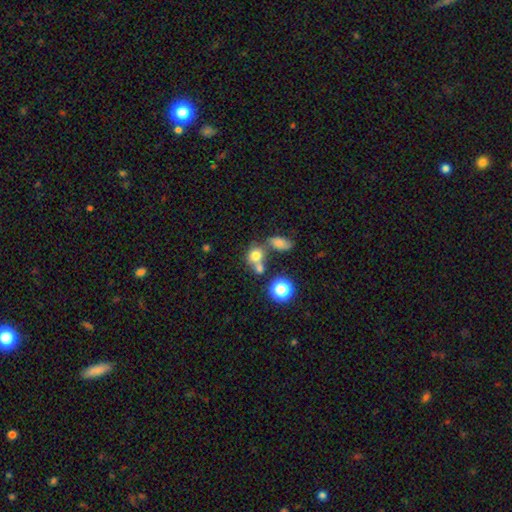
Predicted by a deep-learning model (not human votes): Smooth or featured?
  - smooth: 74% *
  - star or artifact: 15%
  - featured or disk: 12%
How rounded?
  - round: 62% *
  - in between: 36%
  - cigar-shaped: 2%
Merging?
  - merger: 42% *
  - none: 41%
  - minor disturbance: 11%
  - major disturbance: 6%